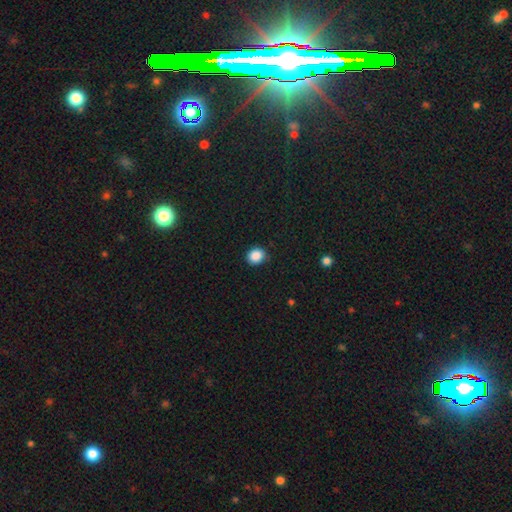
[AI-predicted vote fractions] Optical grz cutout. It shows a smooth galaxy with no disk features (88%) that is round (72%). Merging: none (85%).